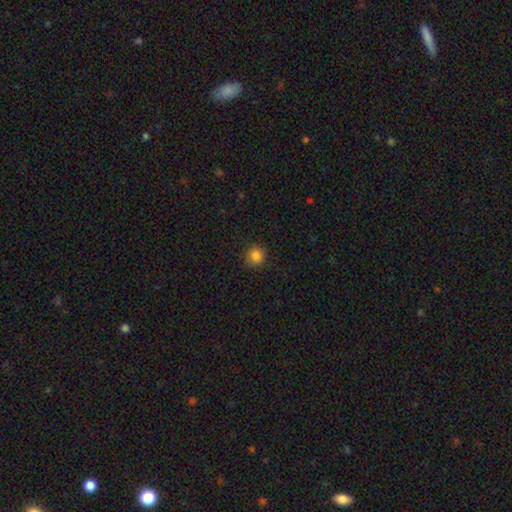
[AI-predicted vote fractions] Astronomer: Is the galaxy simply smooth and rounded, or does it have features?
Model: smooth — 84%.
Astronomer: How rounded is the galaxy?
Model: round — 90%.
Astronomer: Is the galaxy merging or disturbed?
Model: none — 88%.